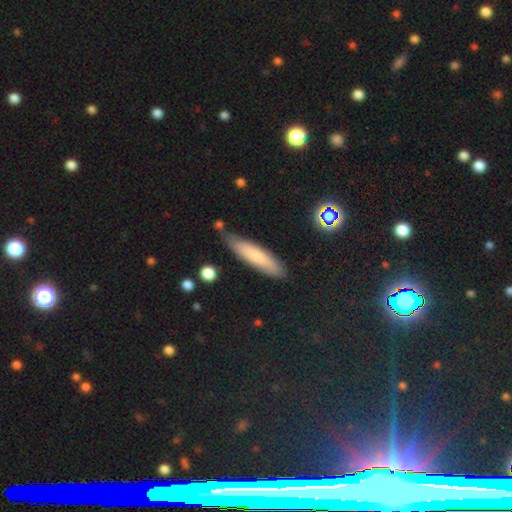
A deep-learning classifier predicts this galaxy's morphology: Overall: smooth (71%). How rounded: cigar-shaped (77%). Merging: none (74%).